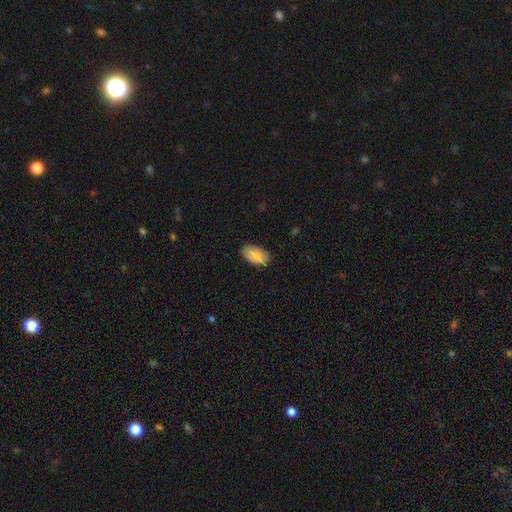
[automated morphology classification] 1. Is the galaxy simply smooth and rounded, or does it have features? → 83% smooth, 10% featured or disk, 6% star or artifact.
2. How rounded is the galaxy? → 94% in between, 3% round, 2% cigar-shaped.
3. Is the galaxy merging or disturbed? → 81% none, 15% minor disturbance, 3% major disturbance, 1% merger.